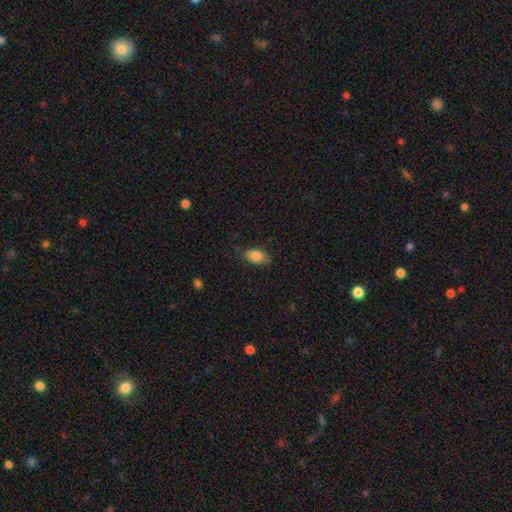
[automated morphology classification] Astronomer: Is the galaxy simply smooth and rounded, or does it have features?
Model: smooth — 85%.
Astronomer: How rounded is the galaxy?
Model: in between — 89%.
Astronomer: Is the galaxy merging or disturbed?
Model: none — 73%.